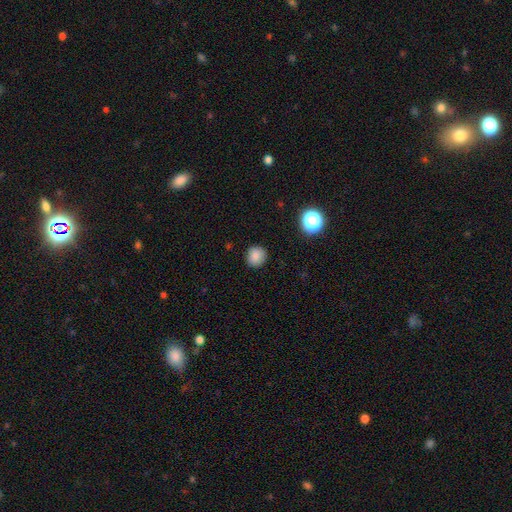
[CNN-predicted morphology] Q: Smooth or featured?
A: smooth (84%); runner-up: star or artifact (11%)
Q: How rounded?
A: round (89%); runner-up: in between (10%)
Q: Merging?
A: none (89%); runner-up: minor disturbance (8%)